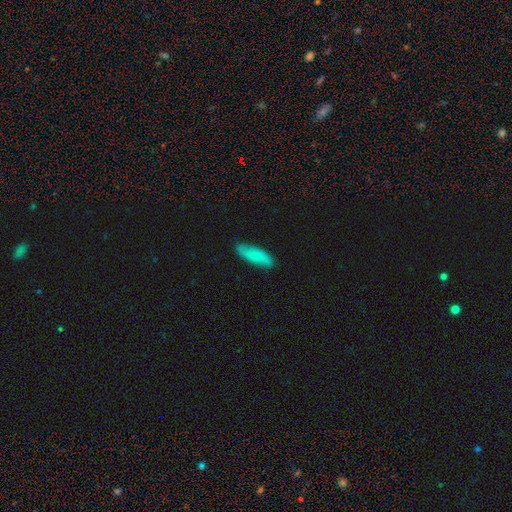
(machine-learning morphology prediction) Overall: smooth (72%). How rounded: in between (61%; cigar-shaped 37%). Merging: none (83%).